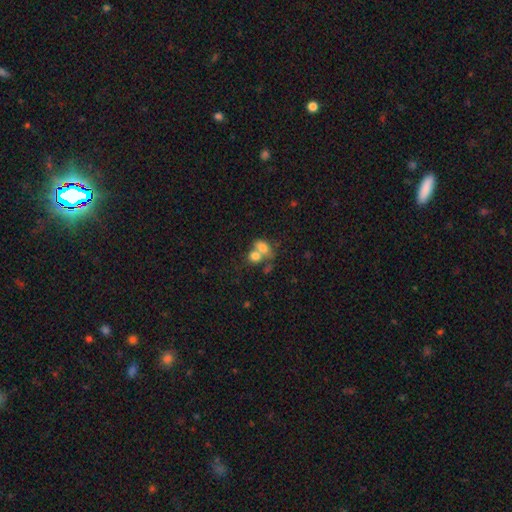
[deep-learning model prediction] smooth-or-featured: smooth: 74% | featured or disk: 16% | star or artifact: 10%
  how-rounded: in between: 54% | round: 45% | cigar-shaped: 1%
  merging: merger: 62% | none: 24% | minor disturbance: 8% | major disturbance: 6%